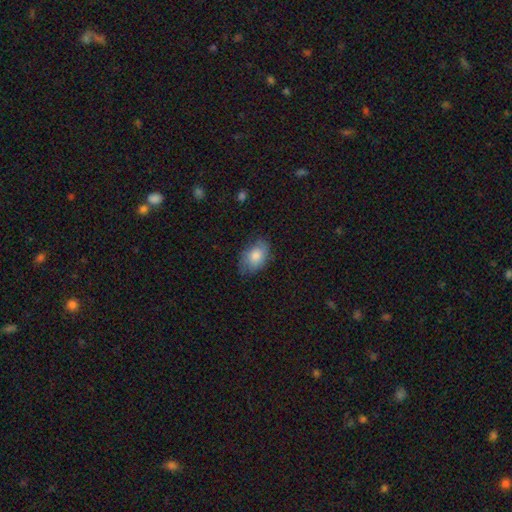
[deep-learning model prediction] Smooth or featured? Predicted: smooth (p=0.78). How rounded? Predicted: in between (p=0.89). Merging? Predicted: none (p=0.71).